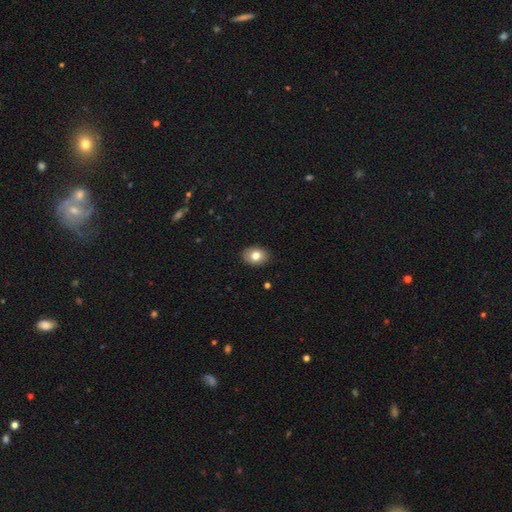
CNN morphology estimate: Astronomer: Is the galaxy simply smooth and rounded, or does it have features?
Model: smooth — 79%.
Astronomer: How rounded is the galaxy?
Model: in between — 70%.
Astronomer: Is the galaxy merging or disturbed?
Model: none — 89%.